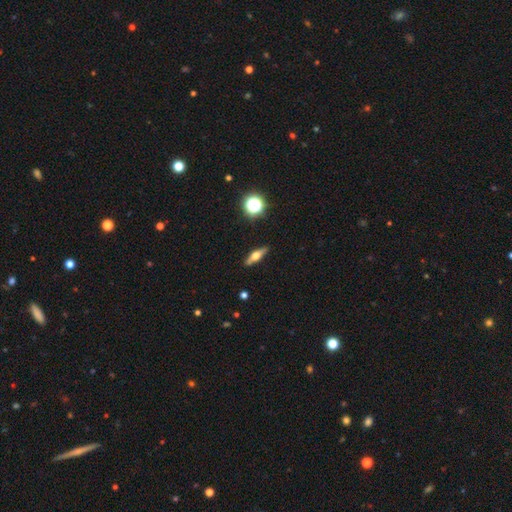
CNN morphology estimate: type=featured or disk (56%); edge-on=yes (92%); edge-on bulge=rounded (94%); merging=none (89%).